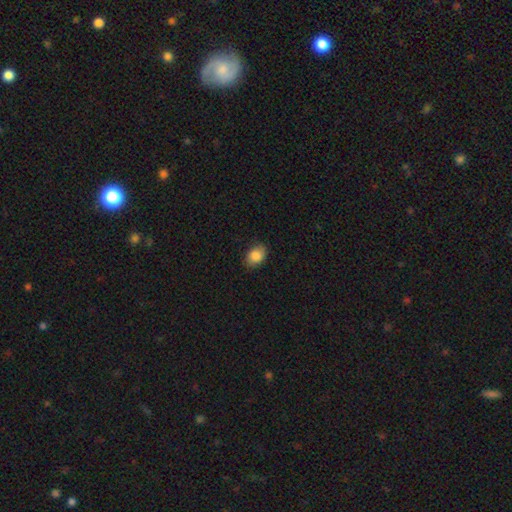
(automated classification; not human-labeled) smooth 86%, star or artifact 8%, featured or disk 6%. Down the decision tree: how rounded — in between (74%); merging — none (79%).